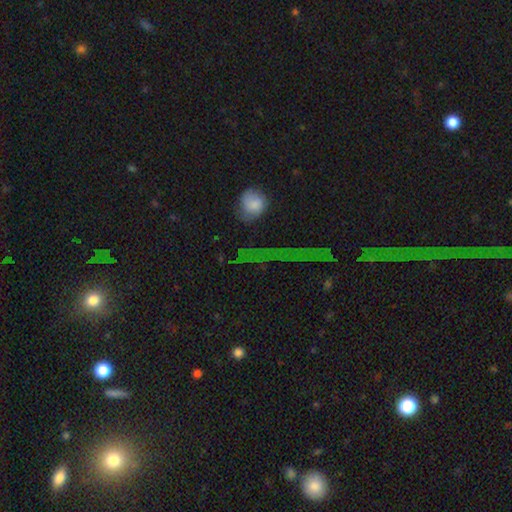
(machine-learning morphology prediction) This appears to be a star or artifact, not a galaxy (65%).